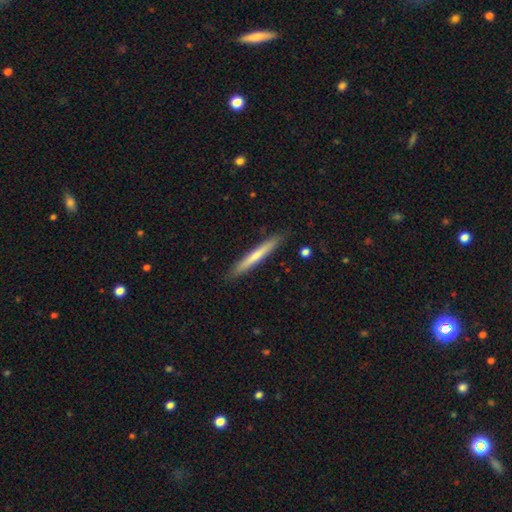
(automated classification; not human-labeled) Smooth or featured: featured or disk — 53% (smooth — 40%)
Edge-on disk: yes — 96% (no — 4%)
Edge-on bulge: rounded — 59% (none — 36%)
Merging: none — 90% (minor disturbance — 8%)